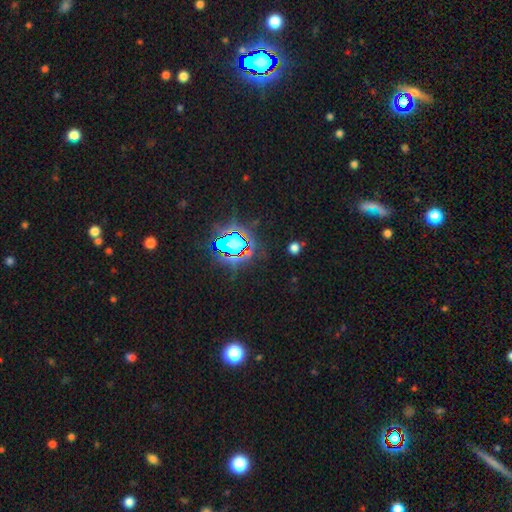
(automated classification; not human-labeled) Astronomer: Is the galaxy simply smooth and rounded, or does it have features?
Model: star or artifact — 79%.